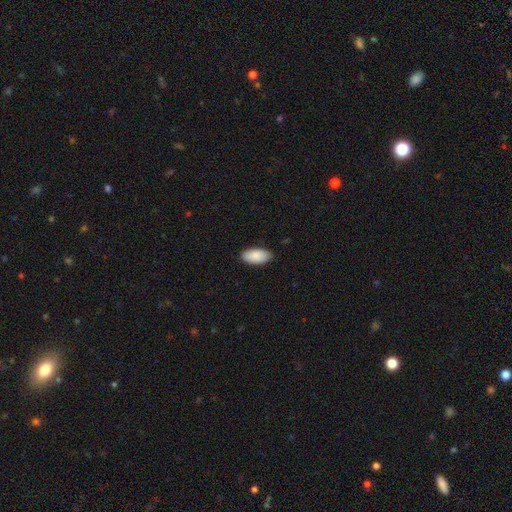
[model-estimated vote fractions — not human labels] smooth 90%, star or artifact 5%, featured or disk 5%. Down the decision tree: how rounded — in between (94%); merging — none (87%).